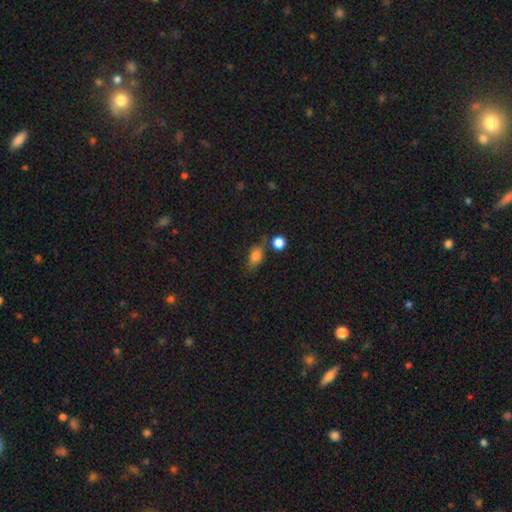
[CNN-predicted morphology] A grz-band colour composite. It shows a smooth galaxy with no disk features (78%) that is in between round and cigar-shaped (75%). Merging: none (61%).